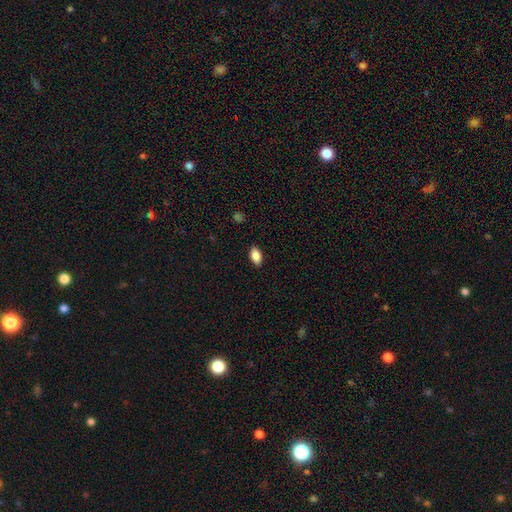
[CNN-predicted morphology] A smooth galaxy with no disk features (86%) that is in between round and cigar-shaped (91%). Merging: none (88%).